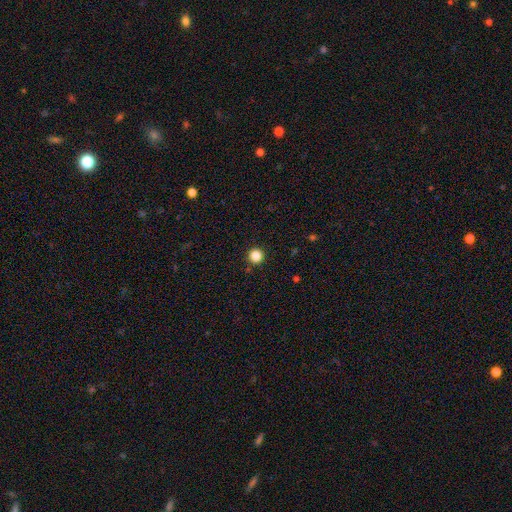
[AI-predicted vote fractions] This is clearly a smooth galaxy (85%). How rounded: clearly round (96%). Merging: clearly none (93%).